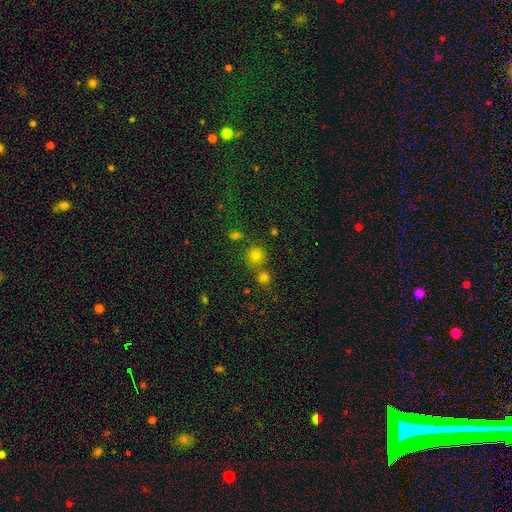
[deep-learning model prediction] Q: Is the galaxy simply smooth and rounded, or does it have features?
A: smooth — 71%.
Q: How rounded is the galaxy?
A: round — 89%.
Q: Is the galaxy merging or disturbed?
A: none — 68%.